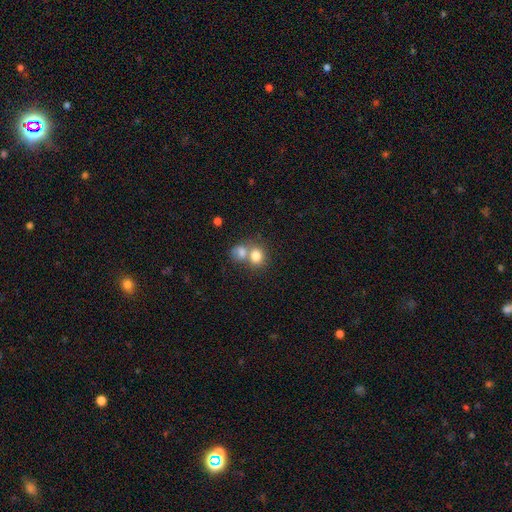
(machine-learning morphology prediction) Q: Smooth or featured?
A: smooth (78%); runner-up: featured or disk (11%)
Q: How rounded?
A: round (66%); runner-up: in between (33%)
Q: Merging?
A: merger (55%); runner-up: none (34%)